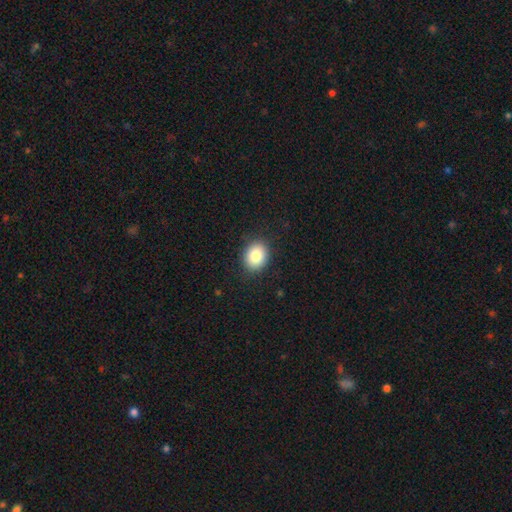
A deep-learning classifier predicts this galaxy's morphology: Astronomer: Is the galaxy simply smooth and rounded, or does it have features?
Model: smooth — 84%.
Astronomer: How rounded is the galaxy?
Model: round — 50% (runner-up: in between, 49%).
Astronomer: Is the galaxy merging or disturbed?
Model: none — 88%.